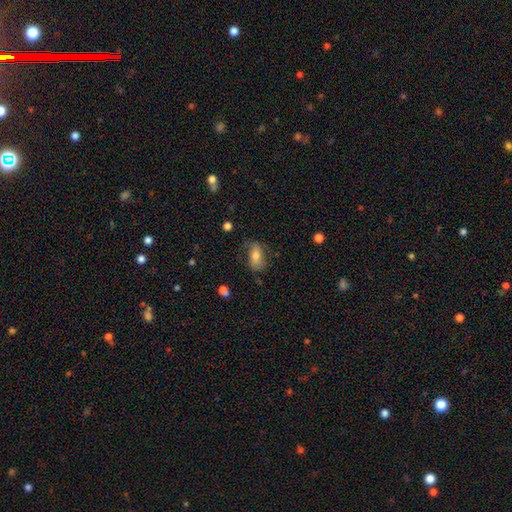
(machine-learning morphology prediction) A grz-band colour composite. It shows a smooth galaxy with no disk features (71%) that is in between round and cigar-shaped (87%). Merging: none (68%).